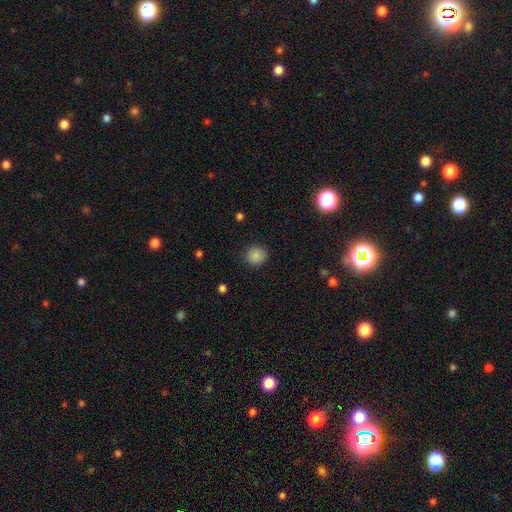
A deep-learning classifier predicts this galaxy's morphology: Q: Smooth or featured?
A: smooth (87%); runner-up: star or artifact (10%)
Q: How rounded?
A: round (86%); runner-up: in between (13%)
Q: Merging?
A: none (88%); runner-up: minor disturbance (9%)